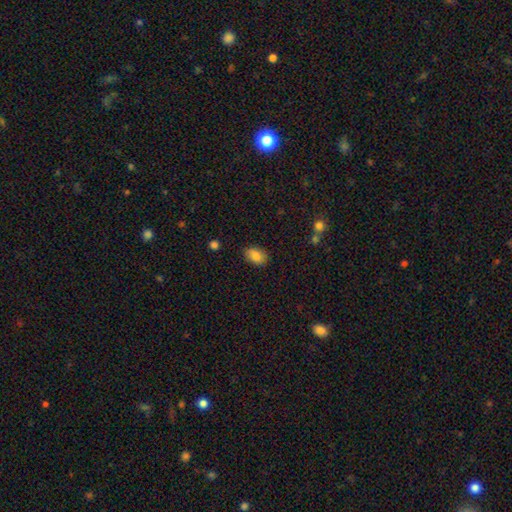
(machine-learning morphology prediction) Smooth or featured? Predicted: smooth (p=0.85). How rounded? Predicted: in between (p=0.85). Merging? Predicted: none (p=0.82).